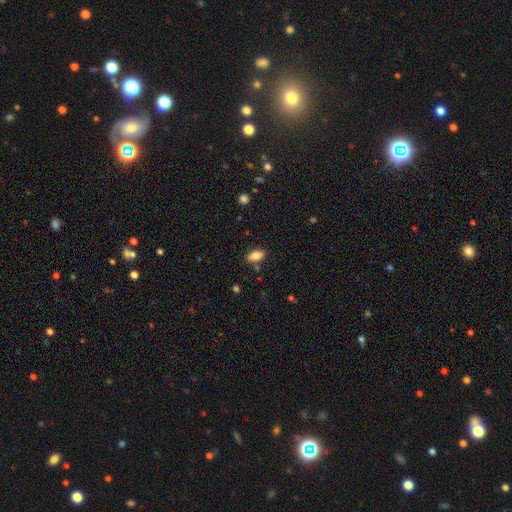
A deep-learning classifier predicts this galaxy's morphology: smooth_or_featured: smooth (p=0.82) [alt: featured or disk p=0.10]
how_rounded: in between (p=0.89) [alt: cigar-shaped p=0.07]
merging: none (p=0.84) [alt: minor disturbance p=0.10]